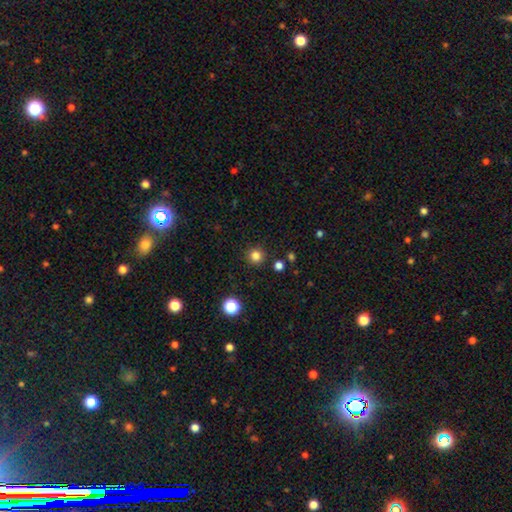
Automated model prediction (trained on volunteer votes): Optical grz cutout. It shows a smooth galaxy with no disk features (83%) that is round (95%). Merging: none (91%).